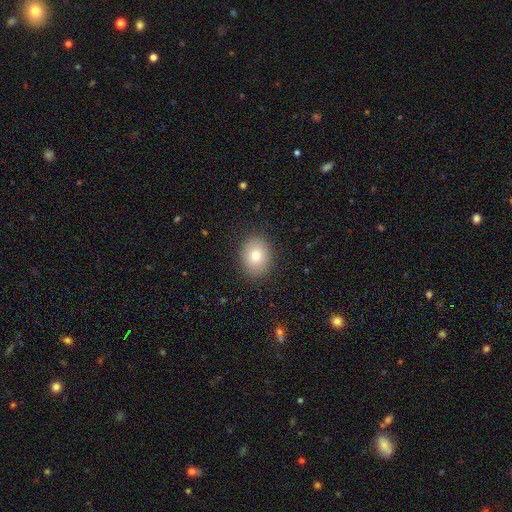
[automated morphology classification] smooth 77%, featured or disk 13%, star or artifact 10%. Down the decision tree: how rounded — round (50%); merging — none (88%).